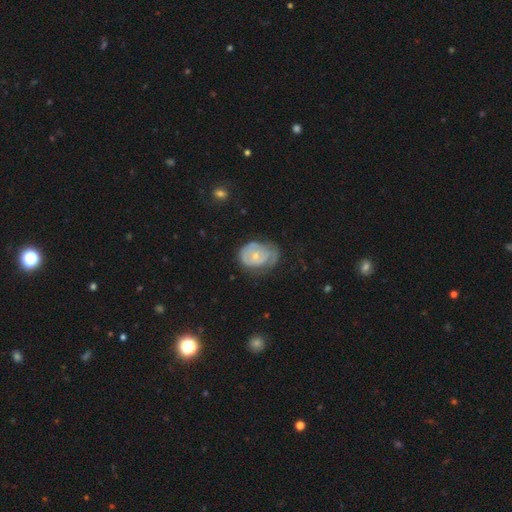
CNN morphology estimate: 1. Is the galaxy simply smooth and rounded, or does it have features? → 59% featured or disk, 35% smooth, 6% star or artifact.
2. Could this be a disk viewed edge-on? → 97% no, 3% yes.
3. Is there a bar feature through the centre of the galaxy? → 83% no, 14% weak, 3% strong.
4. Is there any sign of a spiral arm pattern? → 65% yes, 35% no.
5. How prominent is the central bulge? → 65% small, 31% moderate, 2% none, 1% large, 1% dominant.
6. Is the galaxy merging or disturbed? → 45% none, 33% minor disturbance, 20% major disturbance, 2% merger.